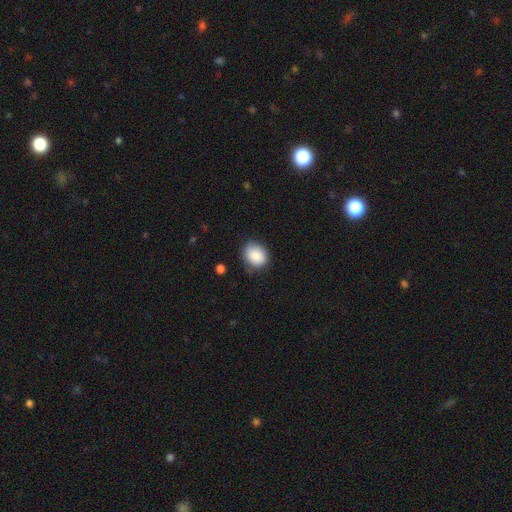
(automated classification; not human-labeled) This is clearly a smooth galaxy (88%). How rounded: possibly round (52%). Merging: likely none (76%).